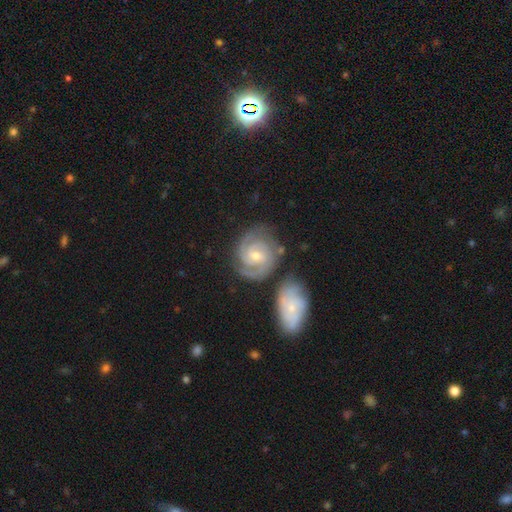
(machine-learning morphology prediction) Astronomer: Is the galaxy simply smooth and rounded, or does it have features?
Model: featured or disk — 88%.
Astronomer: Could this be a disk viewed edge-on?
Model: no — 97%.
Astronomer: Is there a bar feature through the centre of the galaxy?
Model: no — 50% (runner-up: weak, 39%).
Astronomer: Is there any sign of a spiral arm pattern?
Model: yes — 98%.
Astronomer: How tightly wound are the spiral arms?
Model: tight — 69%.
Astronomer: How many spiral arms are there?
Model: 2 — 50% (runner-up: 3, 29%).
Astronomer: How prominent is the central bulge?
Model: small — 51% (runner-up: moderate, 46%).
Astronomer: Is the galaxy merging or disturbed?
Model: none — 67%.